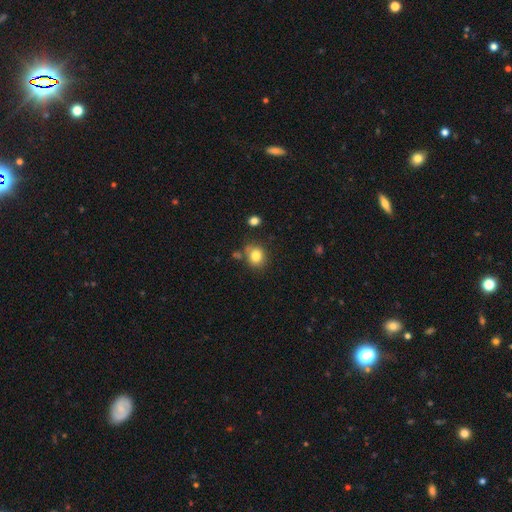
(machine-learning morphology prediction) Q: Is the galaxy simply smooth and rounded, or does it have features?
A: smooth — 81%.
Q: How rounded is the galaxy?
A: round — 69%.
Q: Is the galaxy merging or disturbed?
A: none — 74%.